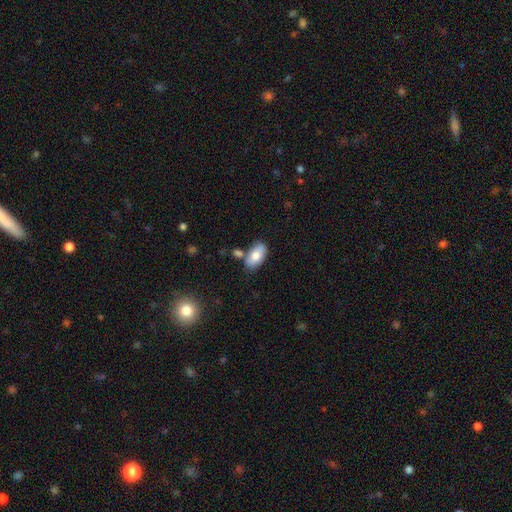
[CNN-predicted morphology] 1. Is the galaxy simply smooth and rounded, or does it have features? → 77% smooth, 16% featured or disk, 7% star or artifact.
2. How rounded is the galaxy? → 94% in between, 4% round, 3% cigar-shaped.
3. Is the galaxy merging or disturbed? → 69% none, 15% minor disturbance, 13% merger, 3% major disturbance.